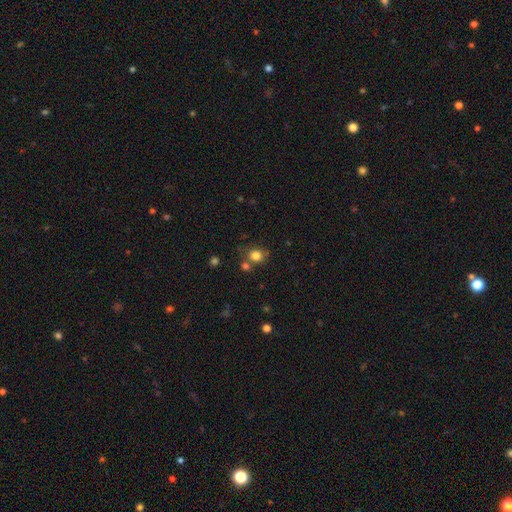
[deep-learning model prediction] Smooth or featured? Predicted: smooth (p=0.82). How rounded? Predicted: round (p=0.75). Merging? Predicted: none (p=0.65).